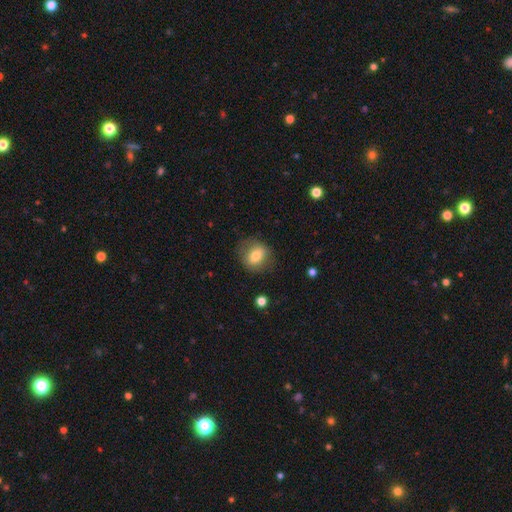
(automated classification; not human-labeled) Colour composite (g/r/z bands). It shows a smooth galaxy with no disk features (70%) that is round (59%). Merging: none (75%).